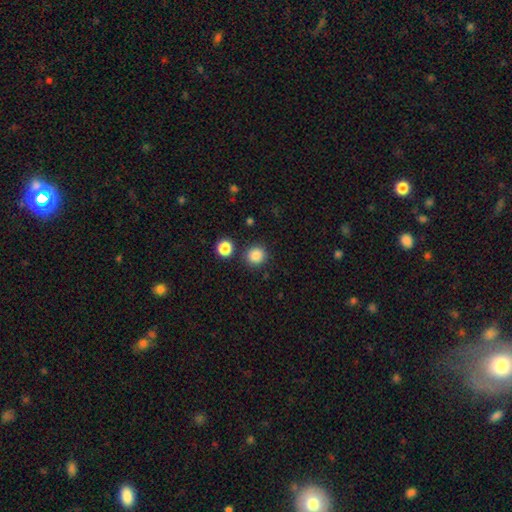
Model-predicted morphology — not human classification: type=smooth (86%); roundness=round (91%); merging=none (87%).